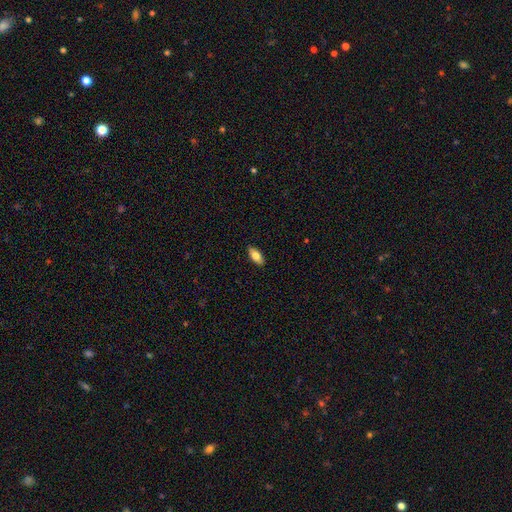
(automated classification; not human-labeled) Smooth or featured? smooth (72%)
How rounded? in between (86%)
Merging? none (88%)